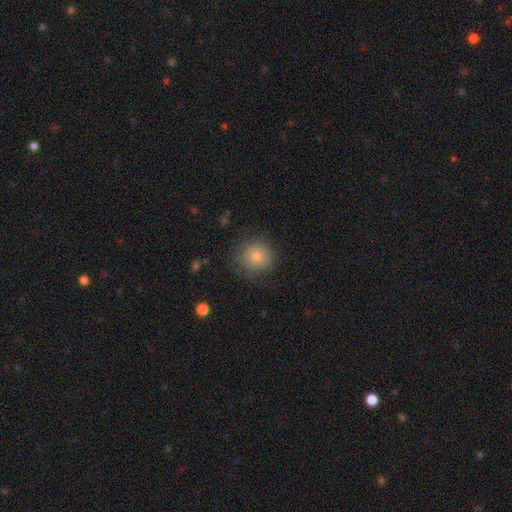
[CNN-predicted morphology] Smooth or featured?
  - smooth: 72% *
  - star or artifact: 14%
  - featured or disk: 13%
How rounded?
  - round: 93% *
  - in between: 6%
  - cigar-shaped: 1%
Merging?
  - none: 81% *
  - minor disturbance: 13%
  - major disturbance: 5%
  - merger: 1%